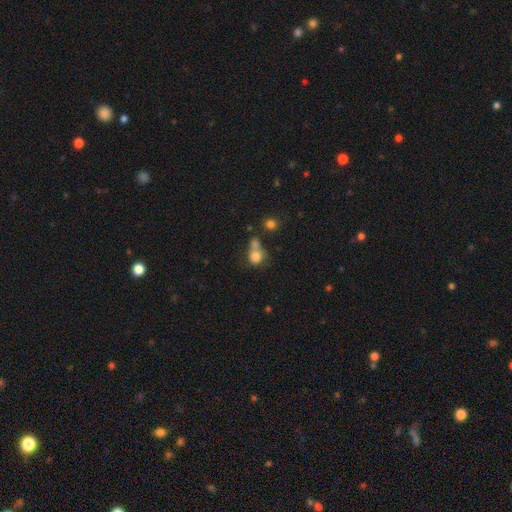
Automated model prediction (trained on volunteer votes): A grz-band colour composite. It shows a smooth galaxy with no disk features (77%) that is round (63%). Merging: merger (47%).